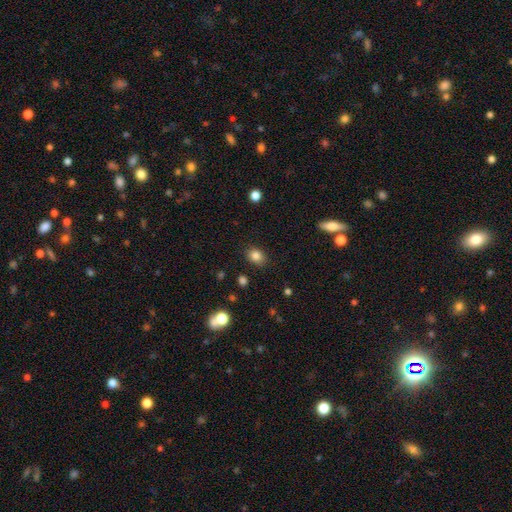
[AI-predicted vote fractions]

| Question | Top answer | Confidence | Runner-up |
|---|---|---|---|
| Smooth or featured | smooth | 83% | star or artifact (11%) |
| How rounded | in between | 55% | round (44%) |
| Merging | none | 85% | minor disturbance (10%) |